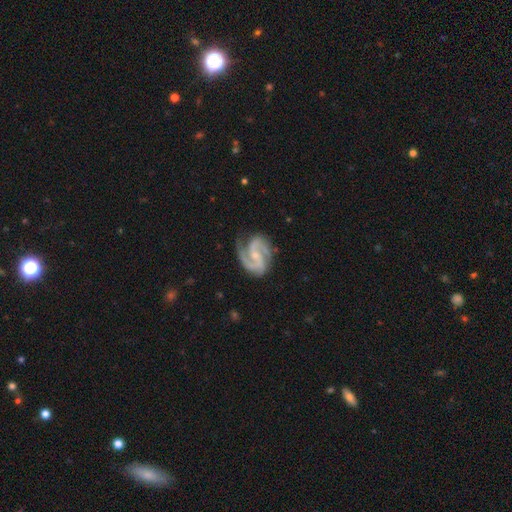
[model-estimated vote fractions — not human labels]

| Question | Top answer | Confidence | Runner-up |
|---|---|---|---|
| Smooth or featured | featured or disk | 92% | star or artifact (4%) |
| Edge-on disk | no | 98% | yes (2%) |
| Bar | weak | 44% | no (39%) |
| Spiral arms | yes | 98% | no (2%) |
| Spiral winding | medium | 58% | tight (27%) |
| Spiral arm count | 2 | 79% | 3 (12%) |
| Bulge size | small | 62% | moderate (28%) |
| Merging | none | 70% | minor disturbance (20%) |